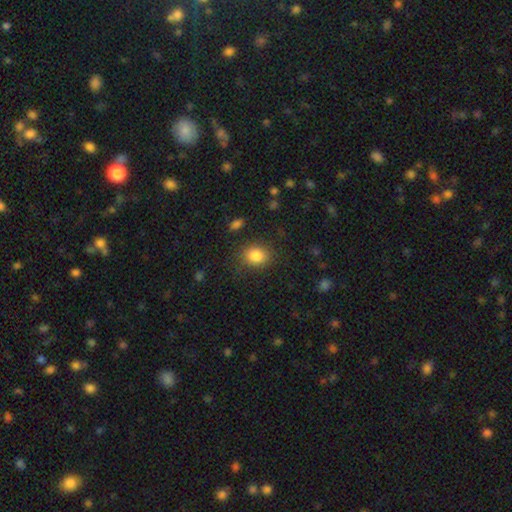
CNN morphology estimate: This appears to be a smooth galaxy with no disk features (85%) that is round (50%). Merging: none (82%).